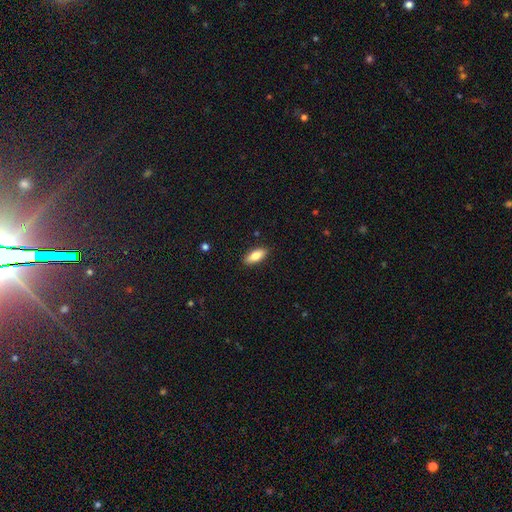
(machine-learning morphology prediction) Overall: smooth (82%). How rounded: in between (82%). Merging: none (89%).